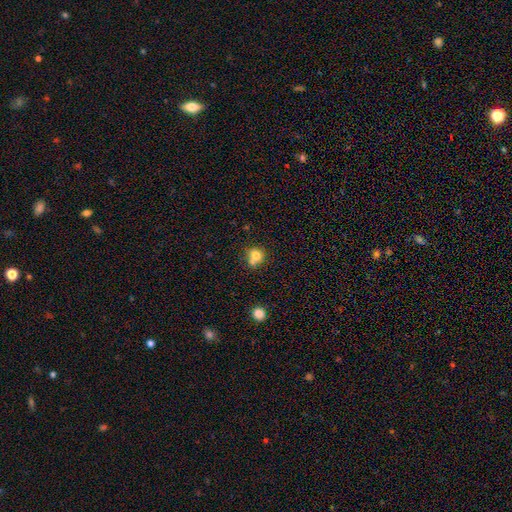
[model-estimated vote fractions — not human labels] smooth_or_featured: smooth (p=0.75) [alt: featured or disk p=0.13]
how_rounded: round (p=0.79) [alt: in between p=0.20]
merging: none (p=0.47) [alt: merger p=0.35]